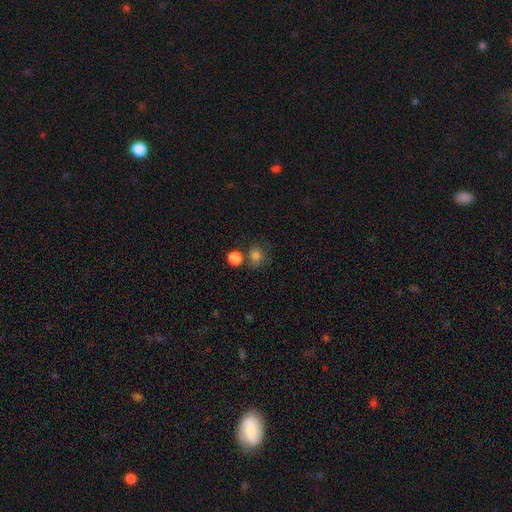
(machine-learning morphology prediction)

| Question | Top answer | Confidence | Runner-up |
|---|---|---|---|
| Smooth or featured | smooth | 79% | star or artifact (14%) |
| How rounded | round | 78% | in between (21%) |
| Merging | none | 63% | merger (17%) |